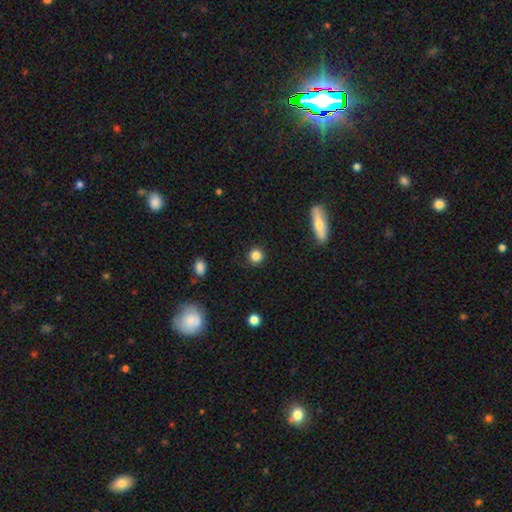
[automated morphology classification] A smooth galaxy with no disk features (85%) that is round (93%). Merging: none (91%).